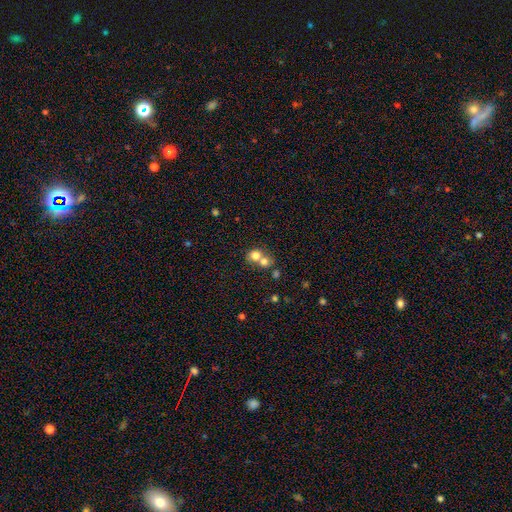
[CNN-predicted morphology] smooth-or-featured: smooth: 74% | featured or disk: 14% | star or artifact: 12%
  how-rounded: round: 76% | in between: 23% | cigar-shaped: 1%
  merging: merger: 61% | none: 31% | minor disturbance: 5% | major disturbance: 3%